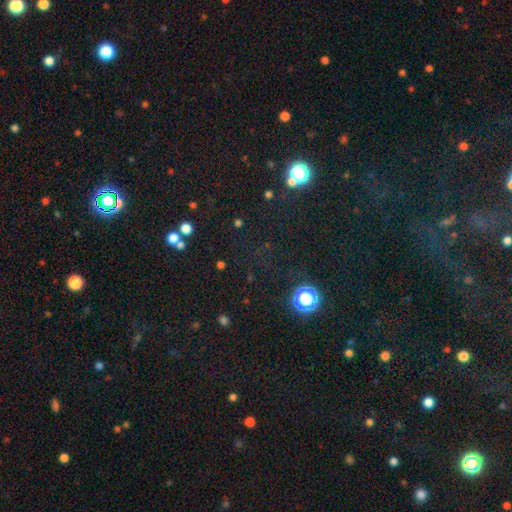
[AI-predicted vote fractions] smooth_or_featured: star or artifact (p=0.70) [alt: smooth p=0.22]